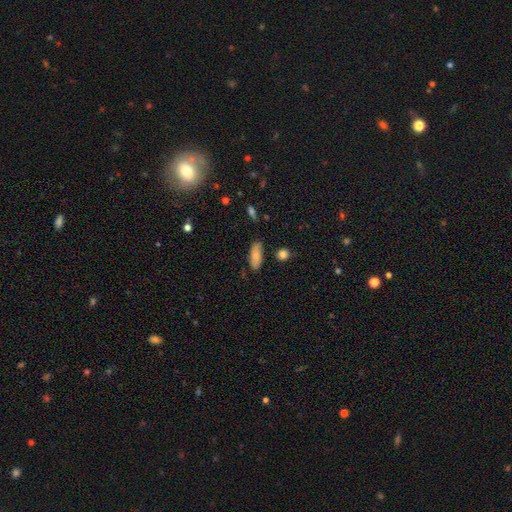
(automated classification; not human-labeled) Overall: smooth (78%). How rounded: in between (77%). Merging: none (79%).